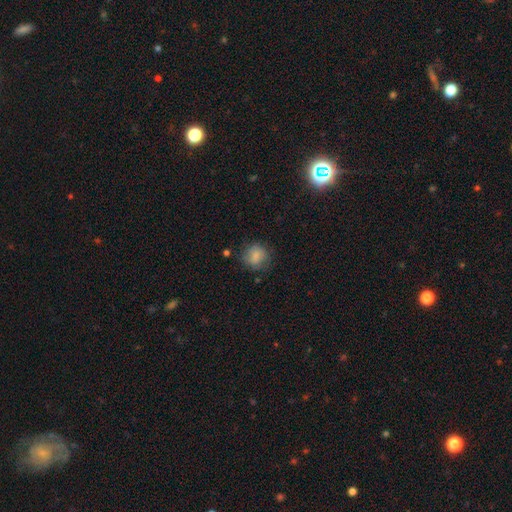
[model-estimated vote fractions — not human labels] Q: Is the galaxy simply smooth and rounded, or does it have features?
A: smooth — 81%.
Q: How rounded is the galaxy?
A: round — 80%.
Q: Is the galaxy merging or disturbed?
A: none — 71%.